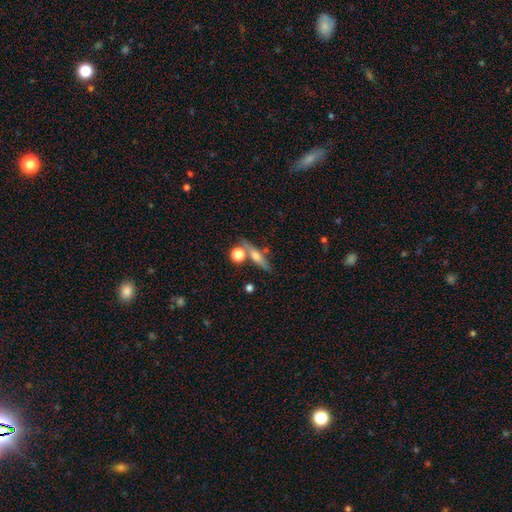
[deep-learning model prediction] Smooth or featured? Predicted: smooth (p=0.48). Merging? Predicted: none (p=0.67).